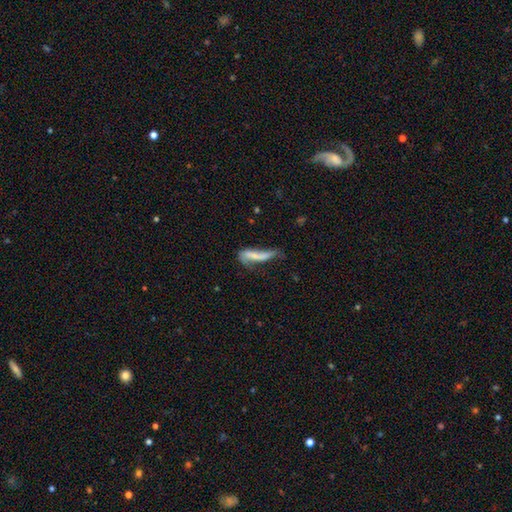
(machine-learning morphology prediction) smooth_or_featured: smooth (p=0.50) [alt: featured or disk p=0.41]
how_rounded: cigar-shaped (p=0.71) [alt: in between p=0.27]
merging: major disturbance (p=0.35) [alt: none p=0.27]